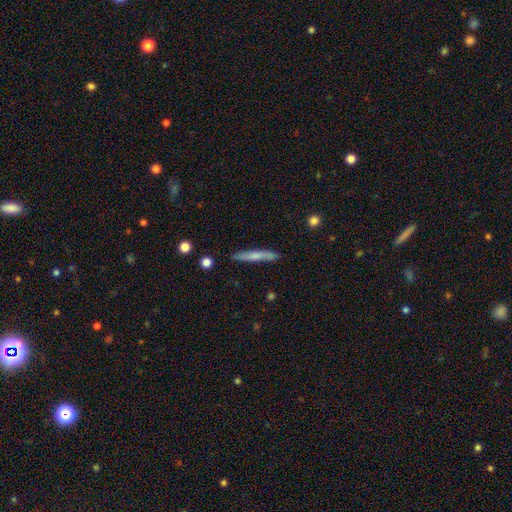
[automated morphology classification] Q: Smooth or featured?
A: smooth (60%); runner-up: featured or disk (34%)
Q: How rounded?
A: cigar-shaped (94%); runner-up: in between (4%)
Q: Merging?
A: none (87%); runner-up: minor disturbance (10%)